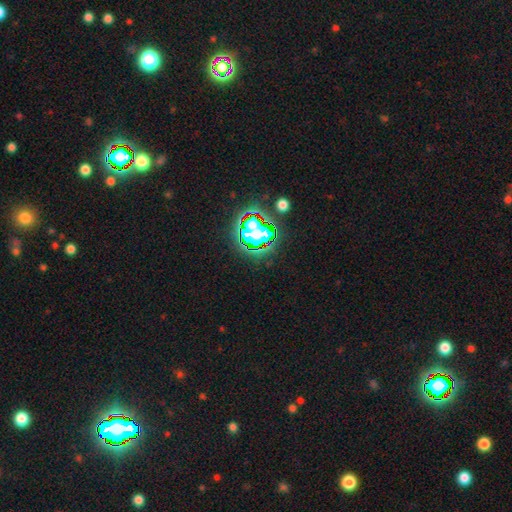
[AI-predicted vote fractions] Smooth or featured?
  - star or artifact: 82% *
  - smooth: 11%
  - featured or disk: 7%